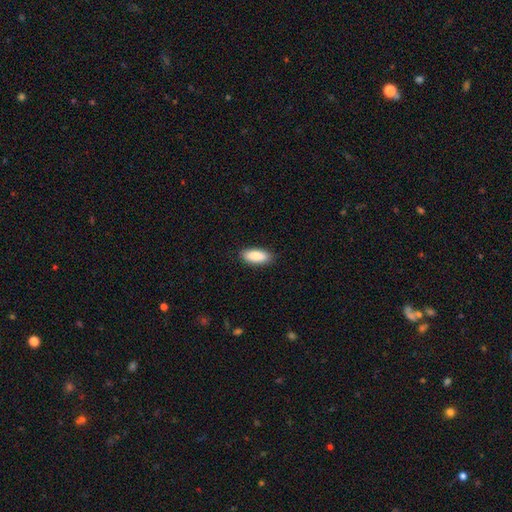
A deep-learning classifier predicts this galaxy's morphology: type=smooth (86%); roundness=in between (82%); merging=none (89%).